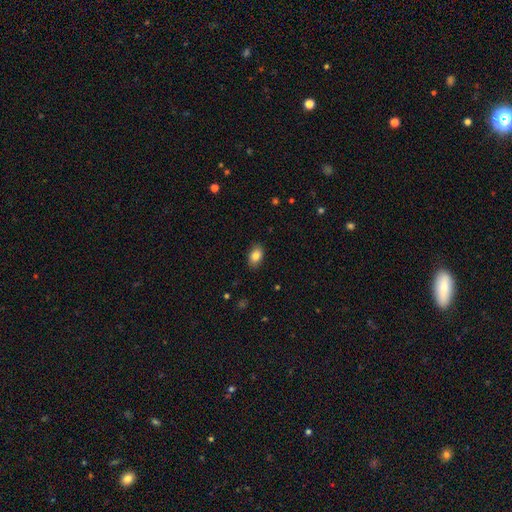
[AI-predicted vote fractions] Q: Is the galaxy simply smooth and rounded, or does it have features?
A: smooth — 85%.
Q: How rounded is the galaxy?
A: in between — 87%.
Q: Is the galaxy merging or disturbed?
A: none — 87%.